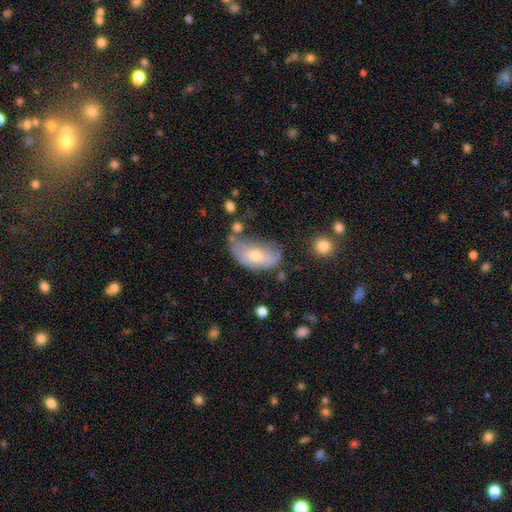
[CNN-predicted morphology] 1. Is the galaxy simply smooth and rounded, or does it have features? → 59% smooth, 33% featured or disk, 8% star or artifact.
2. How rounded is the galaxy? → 91% in between, 6% round, 3% cigar-shaped.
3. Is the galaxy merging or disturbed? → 35% minor disturbance, 33% none, 22% major disturbance, 10% merger.